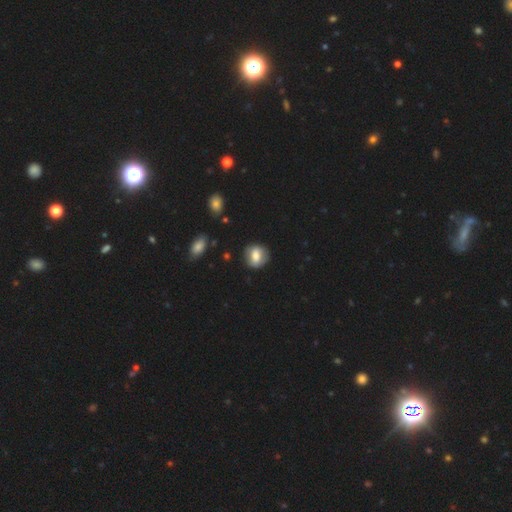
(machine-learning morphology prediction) Smooth or featured?
  - smooth: 68% *
  - featured or disk: 24%
  - star or artifact: 8%
How rounded?
  - round: 64% *
  - in between: 34%
  - cigar-shaped: 2%
Merging?
  - none: 82% *
  - minor disturbance: 13%
  - major disturbance: 4%
  - merger: 2%